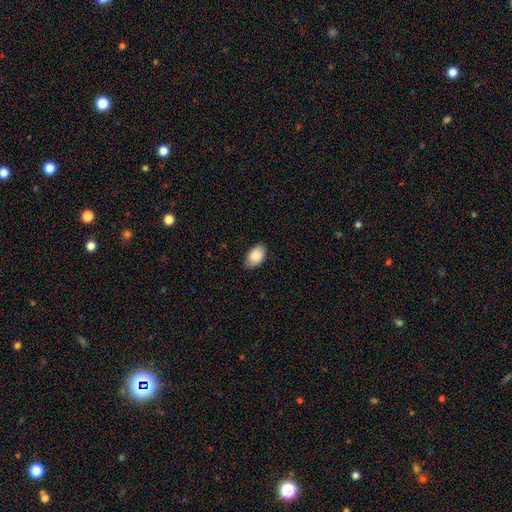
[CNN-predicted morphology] Smooth or featured? Predicted: smooth (p=0.88). How rounded? Predicted: in between (p=0.90). Merging? Predicted: none (p=0.85).